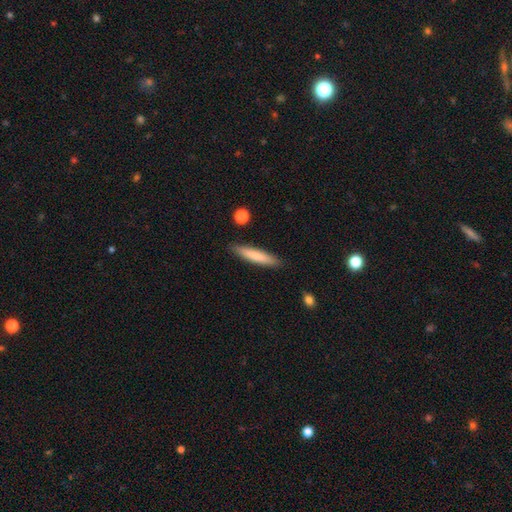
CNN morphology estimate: Smooth or featured?
  - smooth: 78% *
  - featured or disk: 17%
  - star or artifact: 6%
How rounded?
  - cigar-shaped: 88% *
  - in between: 11%
  - round: 1%
Merging?
  - none: 88% *
  - minor disturbance: 8%
  - major disturbance: 2%
  - merger: 2%